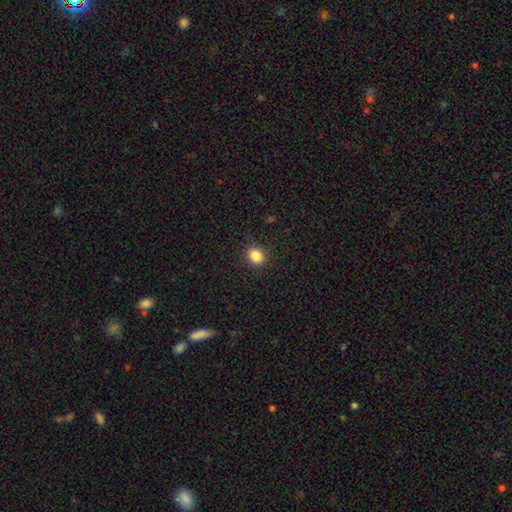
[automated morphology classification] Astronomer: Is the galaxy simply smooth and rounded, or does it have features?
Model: smooth — 85%.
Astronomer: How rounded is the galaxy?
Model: round — 69%.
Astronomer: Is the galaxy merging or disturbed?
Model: none — 90%.